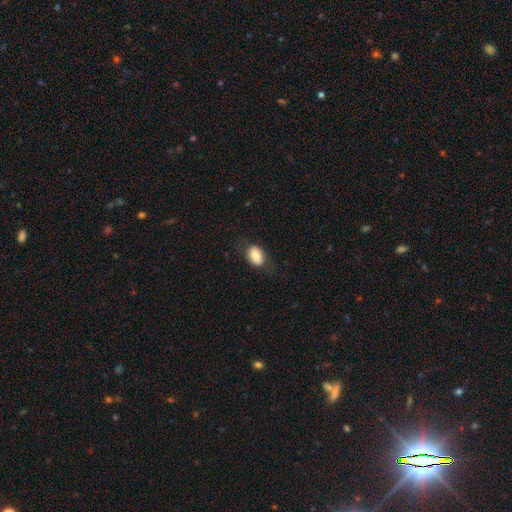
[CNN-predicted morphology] smooth-or-featured: smooth: 82% | featured or disk: 11% | star or artifact: 7%
  how-rounded: in between: 84% | round: 14% | cigar-shaped: 1%
  merging: none: 74% | minor disturbance: 19% | major disturbance: 6% | merger: 1%